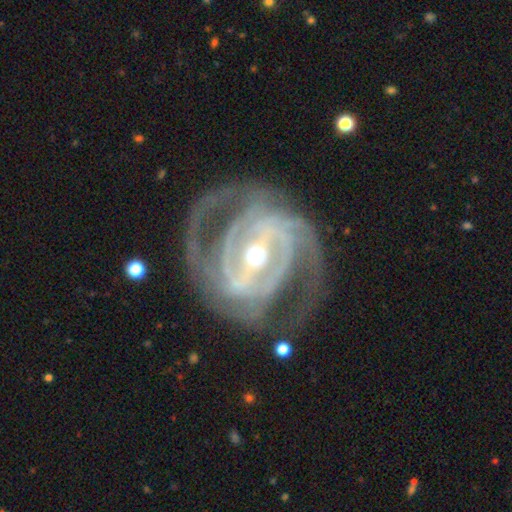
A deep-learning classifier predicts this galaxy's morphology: smooth-or-featured: featured or disk: 93% | star or artifact: 4% | smooth: 3%
  disk-edge-on: no: 97% | yes: 3%
    bar: strong: 66% | weak: 26% | no: 9%
    has-spiral-arms: yes: 98% | no: 2%
      spiral-winding: tight: 57% | medium: 36% | loose: 7%
      spiral-arm-count: 2: 35% | 3: 32% | 4: 12% | can't tell: 10% | more than 4: 5% | 1: 5%
    bulge-size: moderate: 57% | small: 38% | large: 3% | none: 1% | dominant: 1%
  merging: none: 71% | minor disturbance: 16% | major disturbance: 11% | merger: 2%